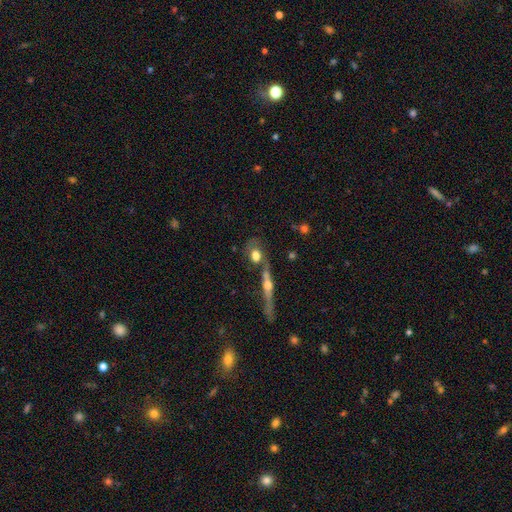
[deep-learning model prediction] Smooth or featured? smooth (54%)
How rounded? in between (53%)
Merging? none (42%)